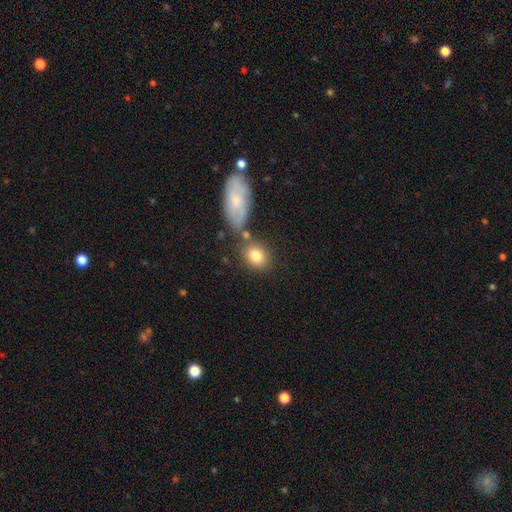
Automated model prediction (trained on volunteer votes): The model was most divided on "how rounded": in between: 50%, round: 48%, cigar-shaped: 2%. More confident: smooth or featured — smooth (81%); merging — none (64%).